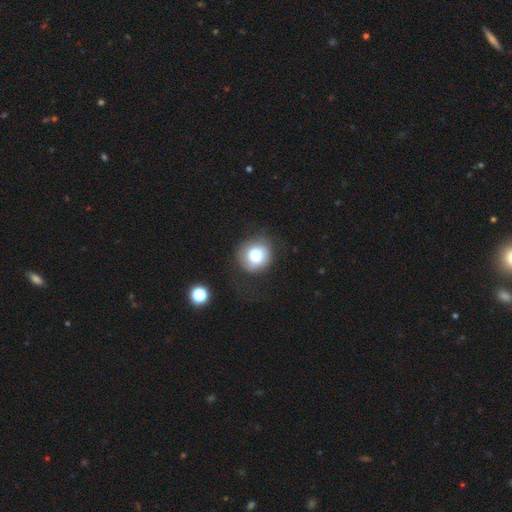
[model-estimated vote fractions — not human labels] The model was most divided on "merging": none: 64%, minor disturbance: 21%, major disturbance: 13%, merger: 2%. More confident: how rounded — round (84%); smooth or featured — smooth (75%).